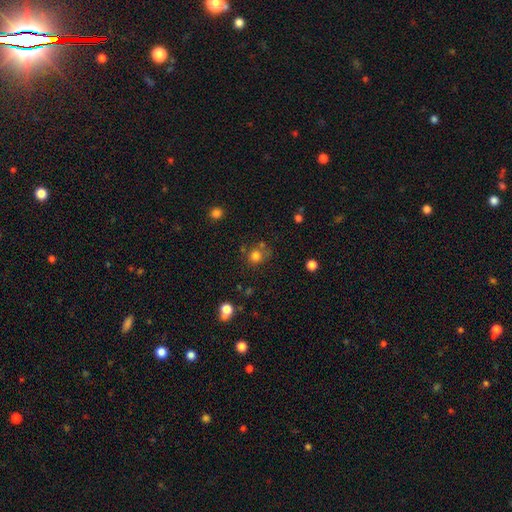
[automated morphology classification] Overall: smooth (77%). How rounded: round (82%). Merging: none (63%).